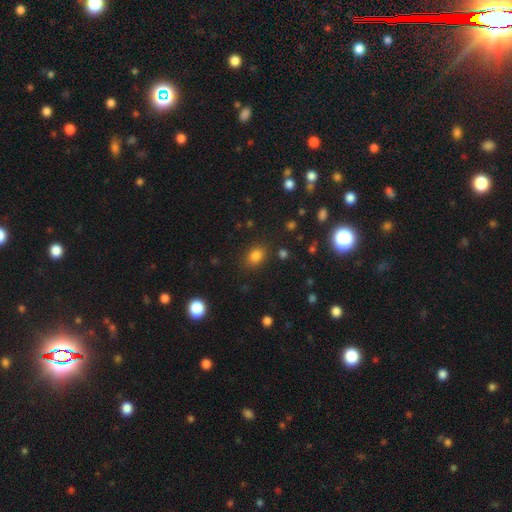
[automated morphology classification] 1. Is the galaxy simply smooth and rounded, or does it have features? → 81% smooth, 14% star or artifact, 6% featured or disk.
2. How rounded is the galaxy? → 62% in between, 37% round, 1% cigar-shaped.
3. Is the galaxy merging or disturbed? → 83% none, 11% minor disturbance, 4% major disturbance, 2% merger.